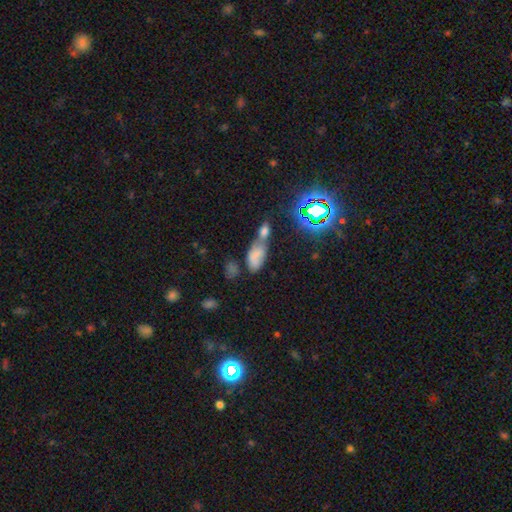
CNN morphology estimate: Smooth or featured? smooth (68%)
How rounded? in between (88%)
Merging? merger (58%)